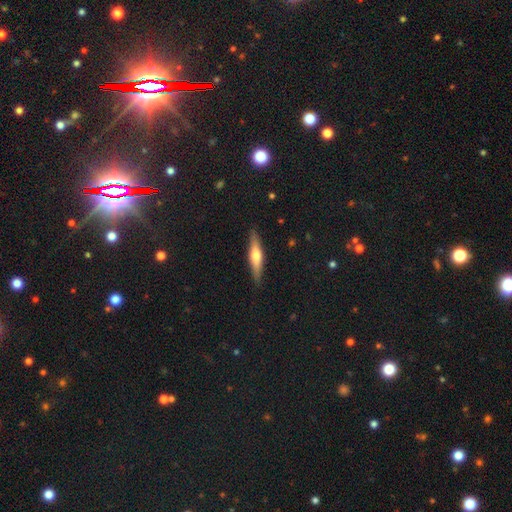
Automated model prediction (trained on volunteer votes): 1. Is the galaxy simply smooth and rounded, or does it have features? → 52% featured or disk, 42% smooth, 6% star or artifact.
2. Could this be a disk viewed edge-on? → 94% yes, 6% no.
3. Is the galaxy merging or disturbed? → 89% none, 8% minor disturbance, 2% major disturbance, 1% merger.